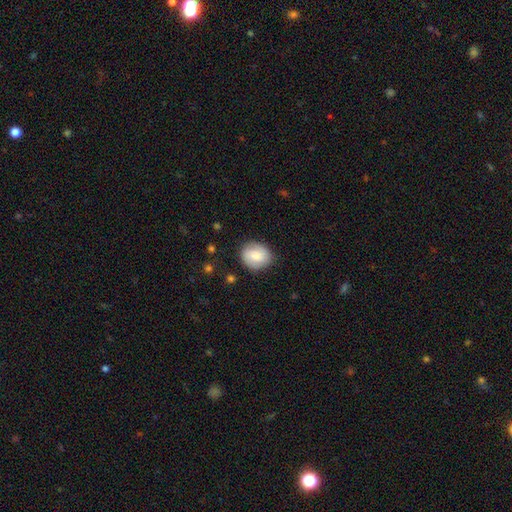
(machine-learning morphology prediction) smooth-or-featured: smooth: 69% | featured or disk: 24% | star or artifact: 7%
  how-rounded: round: 68% | in between: 31% | cigar-shaped: 1%
  merging: none: 82% | minor disturbance: 14% | major disturbance: 4% | merger: 1%